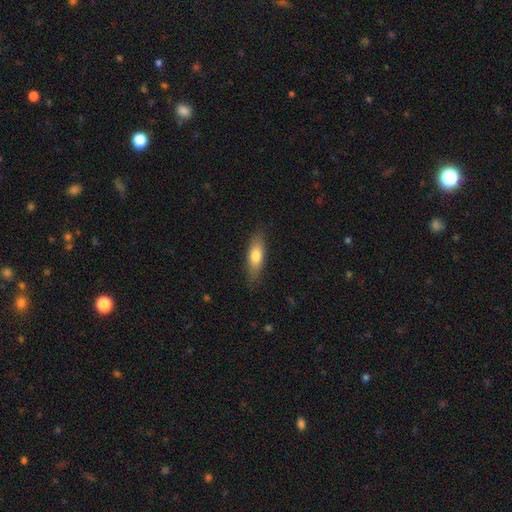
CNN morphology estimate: Q: Smooth or featured?
A: smooth (75%); runner-up: featured or disk (19%)
Q: How rounded?
A: in between (60%); runner-up: cigar-shaped (37%)
Q: Merging?
A: none (82%); runner-up: minor disturbance (14%)